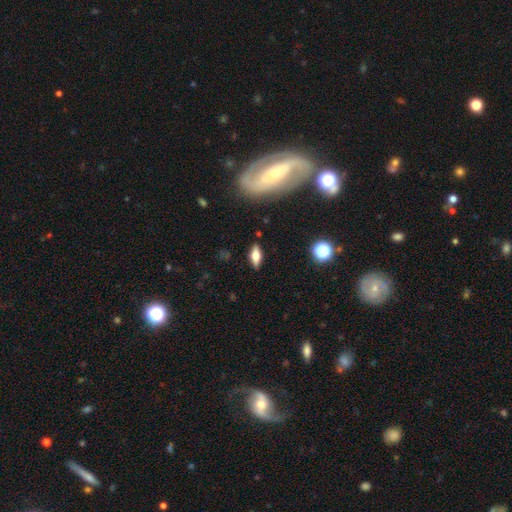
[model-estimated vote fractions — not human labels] Overall: smooth (54%; featured or disk 36%). How rounded: in between (69%). Merging: none (87%).